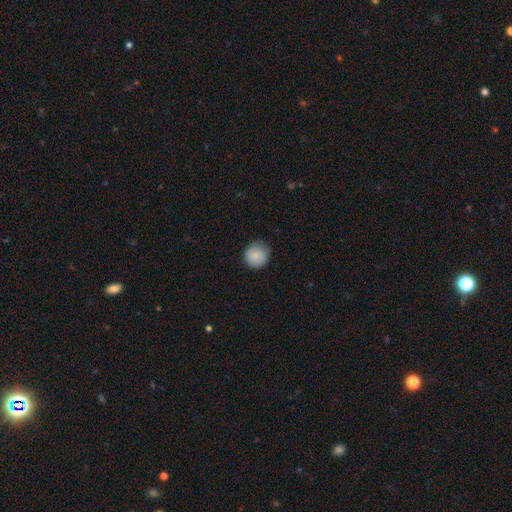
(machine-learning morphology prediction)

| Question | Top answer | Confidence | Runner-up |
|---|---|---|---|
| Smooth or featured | smooth | 85% | star or artifact (7%) |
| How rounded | round | 92% | in between (7%) |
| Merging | none | 83% | minor disturbance (13%) |